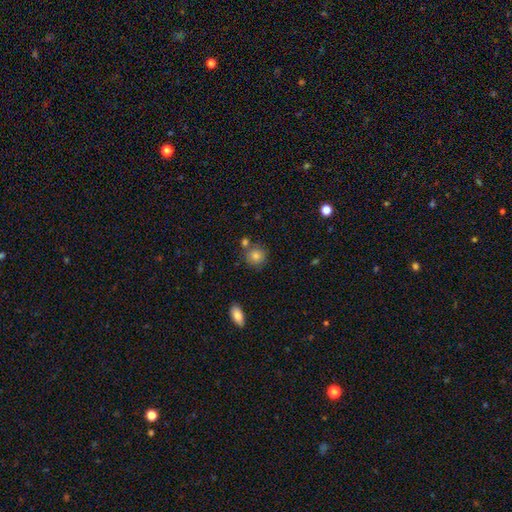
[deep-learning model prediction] Smooth or featured? smooth (80%)
How rounded? round (89%)
Merging? none (75%)